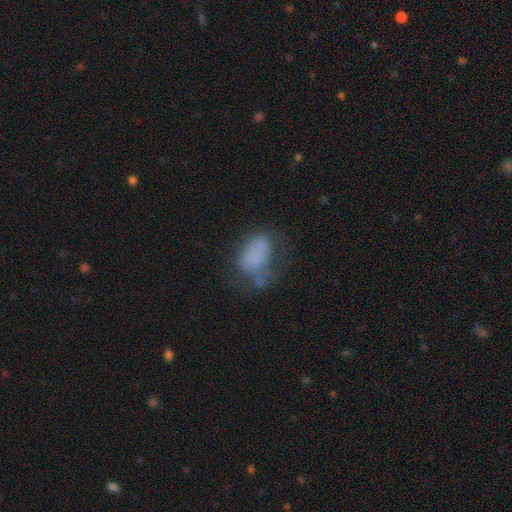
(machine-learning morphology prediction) Smooth or featured: smooth — 69% (featured or disk — 18%)
How rounded: in between — 88% (round — 10%)
Merging: none — 38% (major disturbance — 27%)